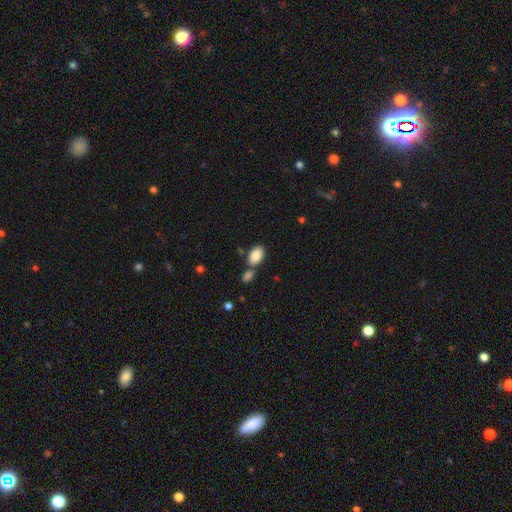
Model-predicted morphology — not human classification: Smooth or featured: smooth — 87% (star or artifact — 7%)
How rounded: in between — 92% (round — 6%)
Merging: none — 58% (merger — 27%)